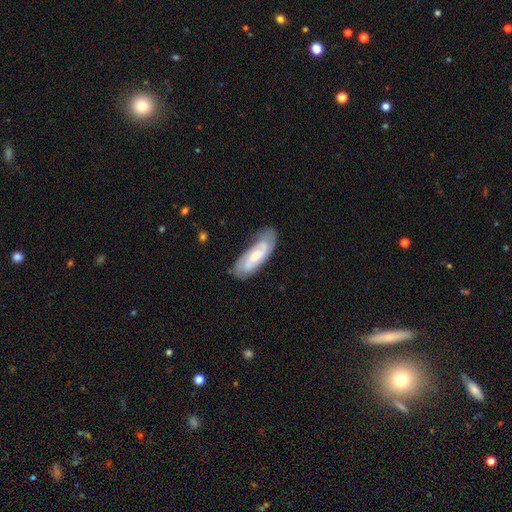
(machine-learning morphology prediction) Smooth or featured? featured or disk (61%)
Edge-on disk? no (87%)
Bar? no (42%)
Spiral arms? yes (86%)
Bulge size? small (41%)
Merging? none (69%)